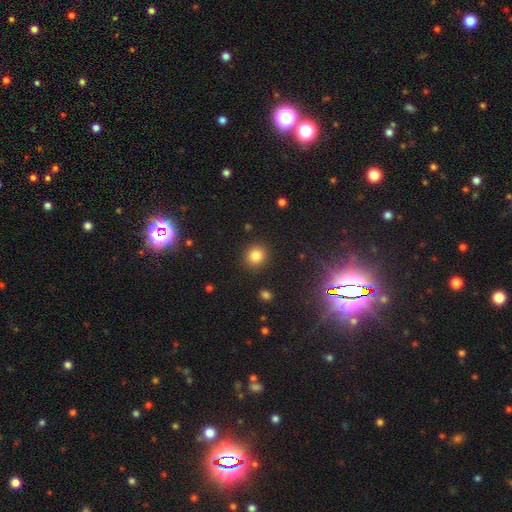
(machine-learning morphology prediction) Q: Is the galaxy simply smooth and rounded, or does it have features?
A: smooth — 82%.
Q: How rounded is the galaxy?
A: round — 88%.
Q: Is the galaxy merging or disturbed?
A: none — 90%.